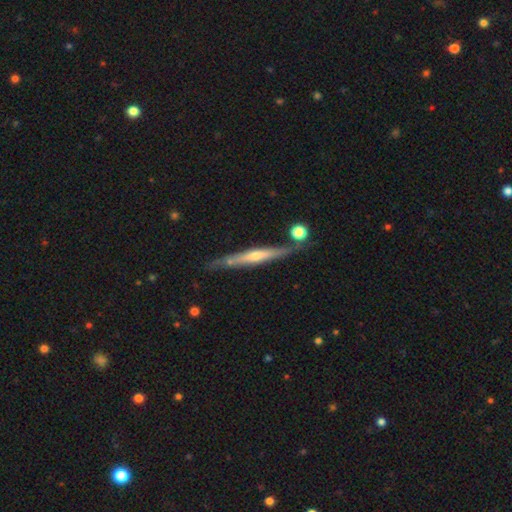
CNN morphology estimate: Q: Smooth or featured?
A: featured or disk (70%); runner-up: smooth (24%)
Q: Edge-on disk?
A: yes (95%); runner-up: no (5%)
Q: Edge-on bulge?
A: rounded (61%); runner-up: none (30%)
Q: Merging?
A: none (77%); runner-up: minor disturbance (14%)